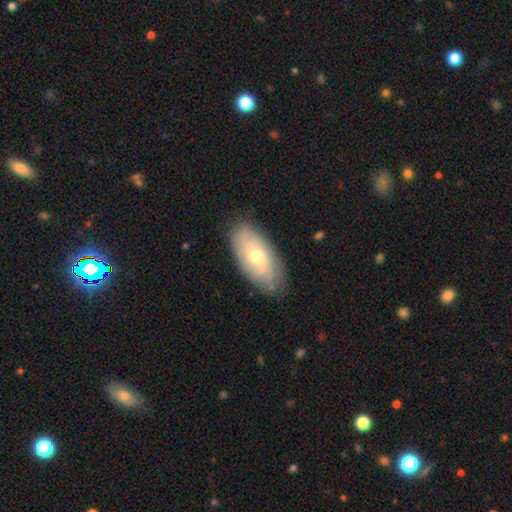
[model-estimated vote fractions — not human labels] Smooth or featured? smooth (49%)
Merging? none (79%)